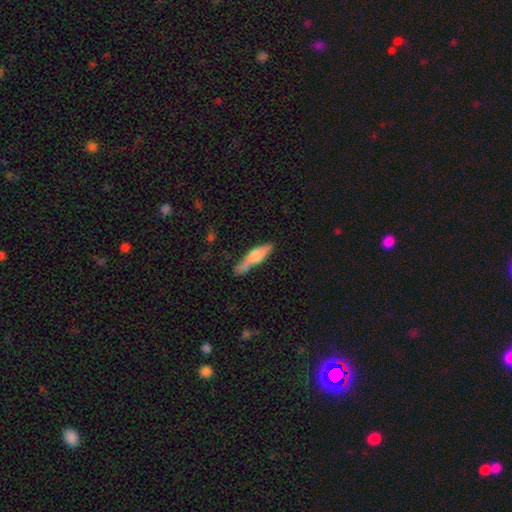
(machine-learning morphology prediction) Smooth or featured? smooth (52%)
How rounded? cigar-shaped (76%)
Merging? none (61%)